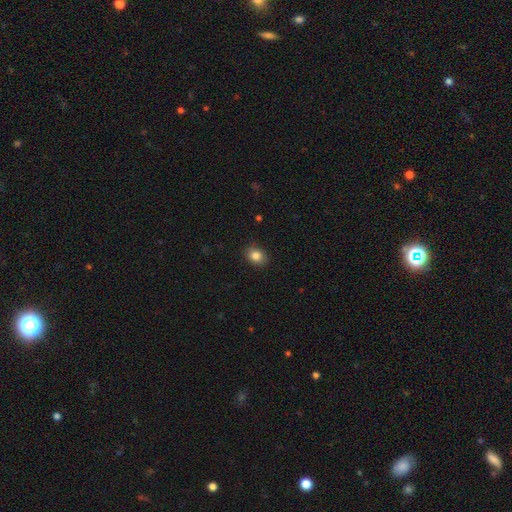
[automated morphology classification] type=smooth (84%); roundness=in between (52%); merging=none (89%).